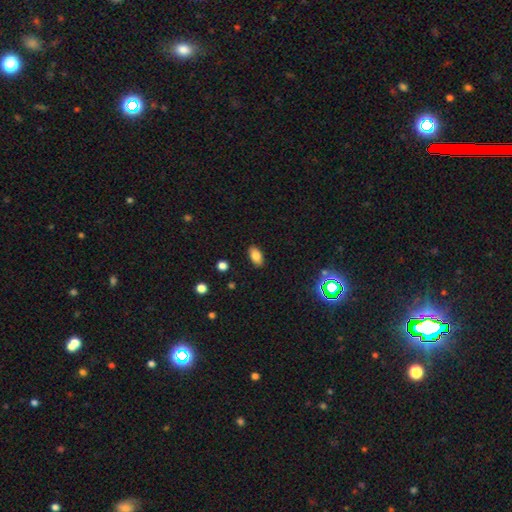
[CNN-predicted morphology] smooth 82%, star or artifact 10%, featured or disk 8%. Down the decision tree: how rounded — in between (91%); merging — none (88%).